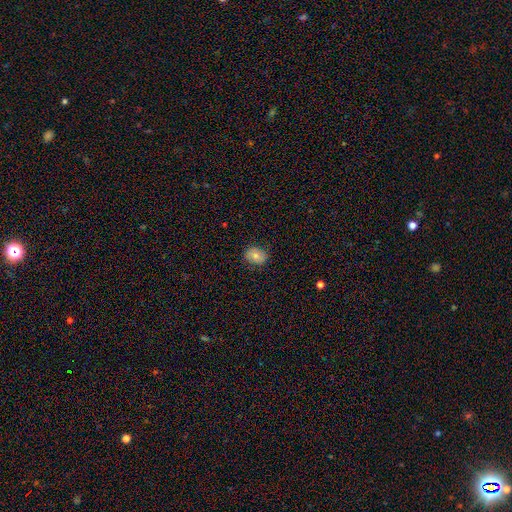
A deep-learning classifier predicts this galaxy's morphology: Smooth or featured: smooth — 77% (featured or disk — 14%)
How rounded: in between — 58% (round — 41%)
Merging: none — 84% (minor disturbance — 13%)